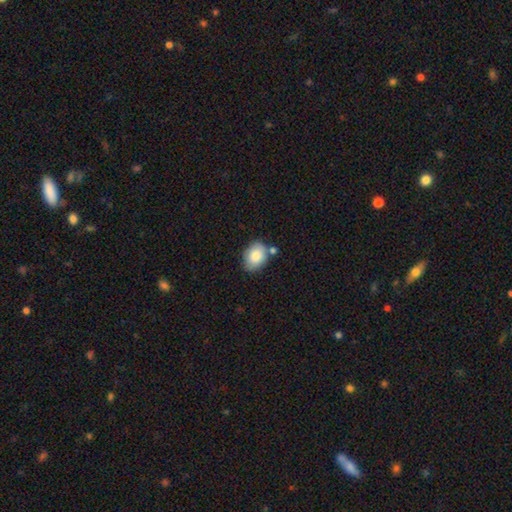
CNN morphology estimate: Smooth or featured: smooth — 82% (featured or disk — 10%)
How rounded: in between — 73% (round — 26%)
Merging: none — 68% (minor disturbance — 17%)